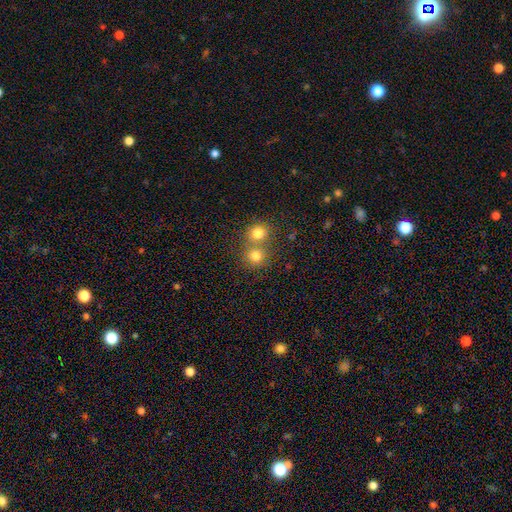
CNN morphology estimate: Q: Smooth or featured?
A: smooth (79%); runner-up: star or artifact (13%)
Q: How rounded?
A: round (88%); runner-up: in between (11%)
Q: Merging?
A: none (48%); runner-up: merger (44%)